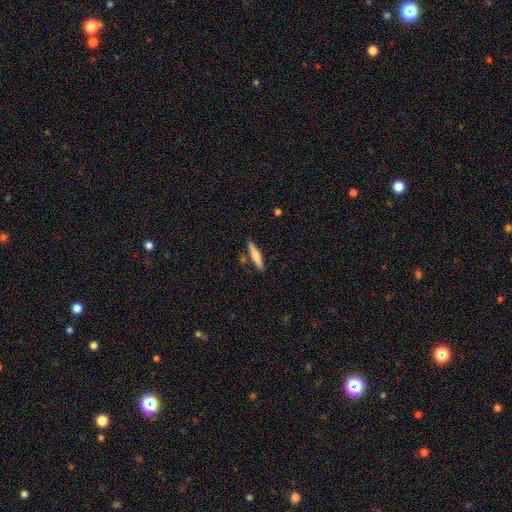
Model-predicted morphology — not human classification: Q: Smooth or featured?
A: smooth (65%); runner-up: featured or disk (30%)
Q: How rounded?
A: cigar-shaped (86%); runner-up: in between (12%)
Q: Merging?
A: none (83%); runner-up: minor disturbance (10%)